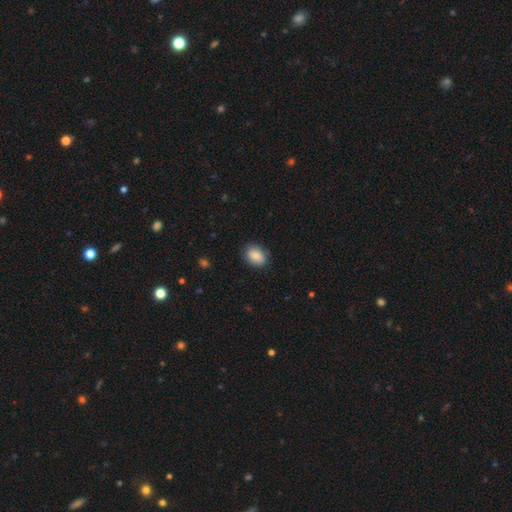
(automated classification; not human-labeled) Overall: smooth (85%). How rounded: in between (74%). Merging: none (84%).